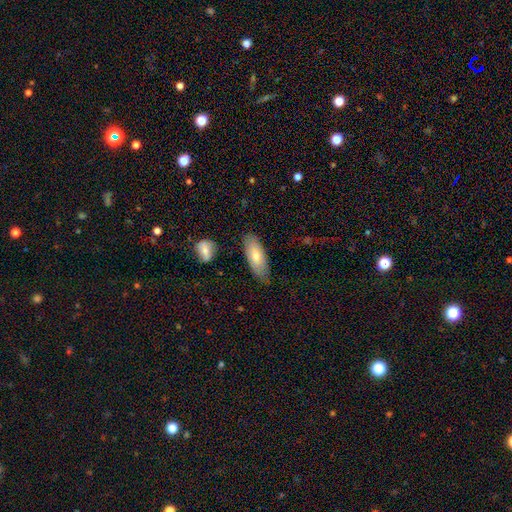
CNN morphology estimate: smooth-or-featured: smooth: 69% | featured or disk: 24% | star or artifact: 6%
  how-rounded: in between: 75% | cigar-shaped: 23% | round: 2%
  merging: none: 77% | minor disturbance: 18% | major disturbance: 3% | merger: 2%